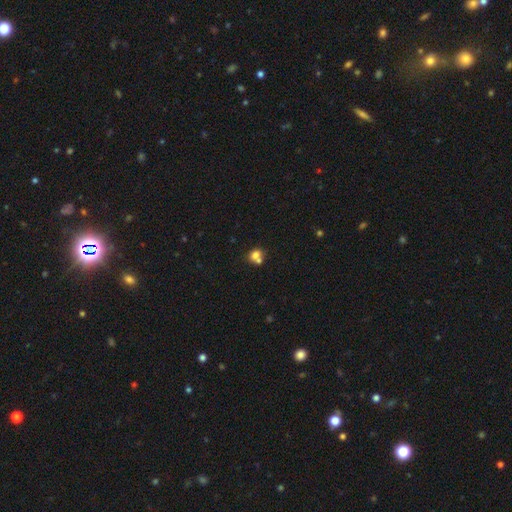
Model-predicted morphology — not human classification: Smooth or featured? Predicted: smooth (p=0.73). How rounded? Predicted: round (p=0.64). Merging? Predicted: merger (p=0.52).